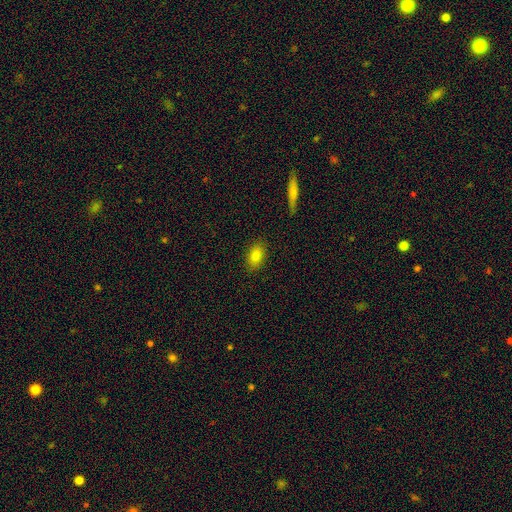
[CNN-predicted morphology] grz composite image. It shows a smooth galaxy with no disk features (83%) that is in between round and cigar-shaped (89%). Merging: none (87%).